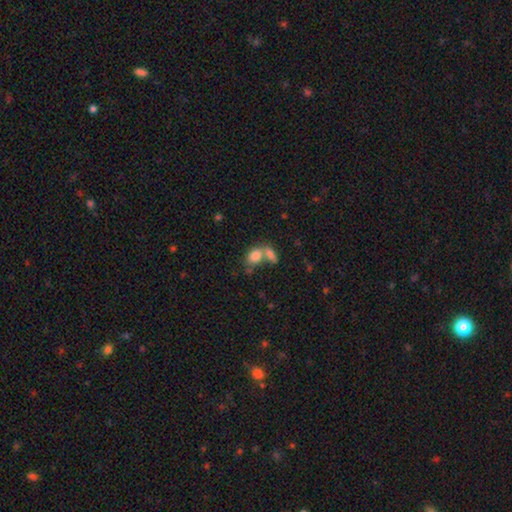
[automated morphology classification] This is clearly a smooth galaxy (82%). How rounded: clearly in between (81%). Merging: possibly merger (53%).